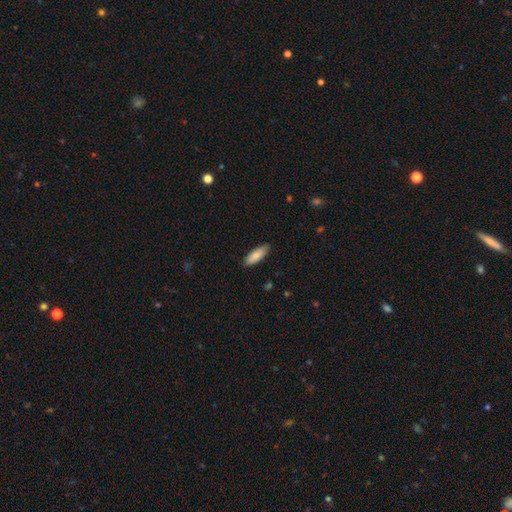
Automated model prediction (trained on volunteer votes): A smooth galaxy with no disk features (85%) that is in between round and cigar-shaped (66%).

Vote fractions:
- Smooth or featured? smooth: 85% / featured or disk: 9% / star or artifact: 6%
- How rounded? in between: 66% / cigar-shaped: 32% / round: 2%
- Merging? none: 87% / minor disturbance: 10% / major disturbance: 2% / merger: 1%